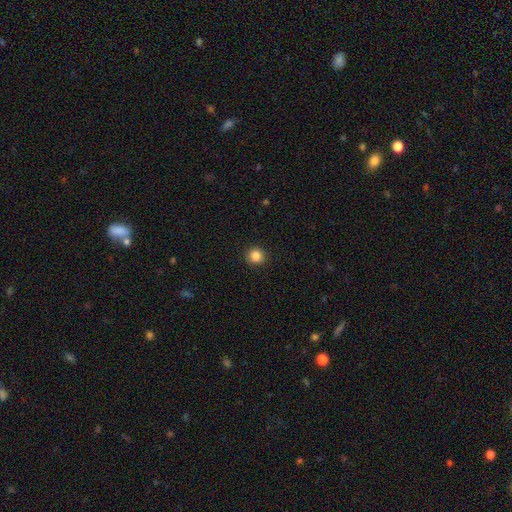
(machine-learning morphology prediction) smooth 85%, star or artifact 11%, featured or disk 4%. Down the decision tree: how rounded — round (92%); merging — none (92%).